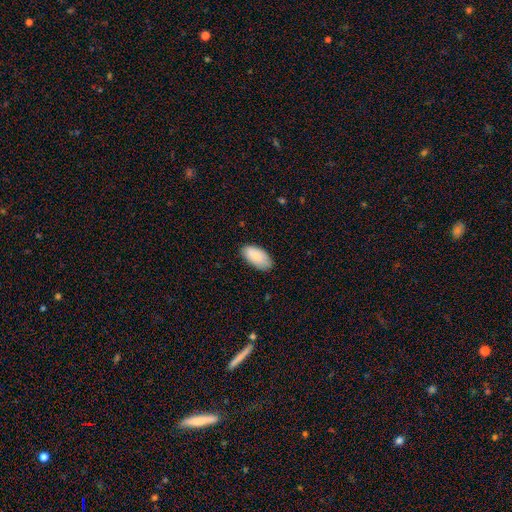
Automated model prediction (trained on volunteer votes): A smooth galaxy with no disk features (87%) that is in between round and cigar-shaped (95%).

Vote fractions:
- Smooth or featured? smooth: 87% / featured or disk: 7% / star or artifact: 6%
- How rounded? in between: 95% / cigar-shaped: 3% / round: 2%
- Merging? none: 82% / minor disturbance: 14% / major disturbance: 2% / merger: 1%